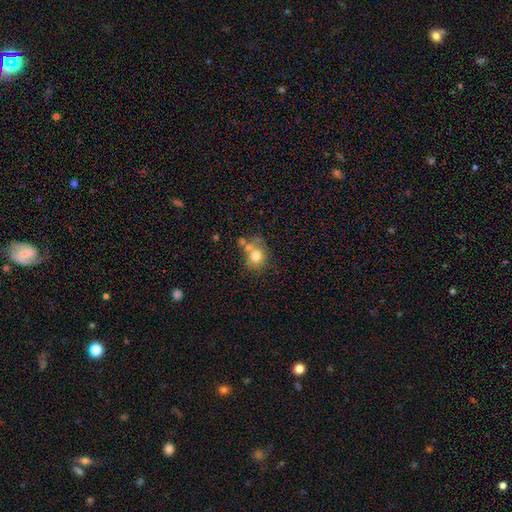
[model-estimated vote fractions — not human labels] Smooth or featured? Predicted: smooth (p=0.72). How rounded? Predicted: round (p=0.71). Merging? Predicted: none (p=0.50).